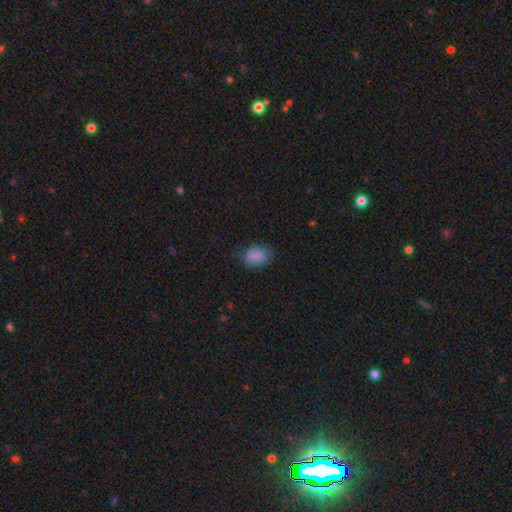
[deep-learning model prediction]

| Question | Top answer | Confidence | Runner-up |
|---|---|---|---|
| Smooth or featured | smooth | 85% | star or artifact (9%) |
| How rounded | in between | 68% | round (31%) |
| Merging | none | 72% | minor disturbance (21%) |